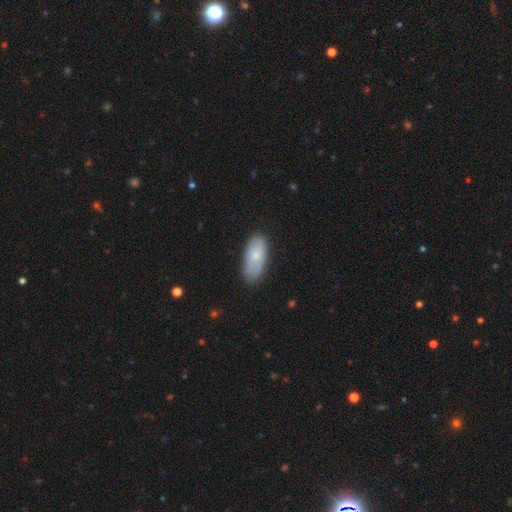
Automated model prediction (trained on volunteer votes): Smooth or featured: smooth — 68% (featured or disk — 25%)
How rounded: in between — 89% (cigar-shaped — 9%)
Merging: none — 68% (minor disturbance — 25%)